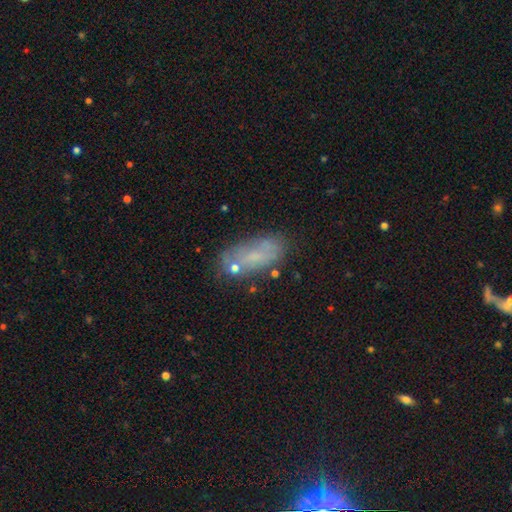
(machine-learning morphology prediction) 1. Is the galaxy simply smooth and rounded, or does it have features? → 53% smooth, 35% featured or disk, 13% star or artifact.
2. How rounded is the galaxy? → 83% in between, 13% cigar-shaped, 4% round.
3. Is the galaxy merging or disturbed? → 63% none, 20% minor disturbance, 9% major disturbance, 8% merger.